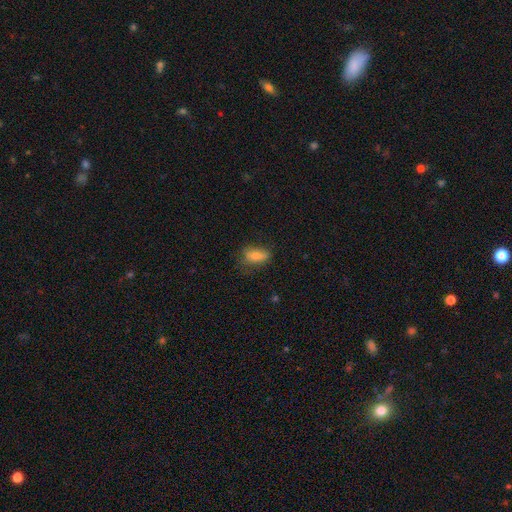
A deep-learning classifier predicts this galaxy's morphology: A smooth galaxy with no disk features (70%) that is in between round and cigar-shaped (82%). Merging: none (64%).